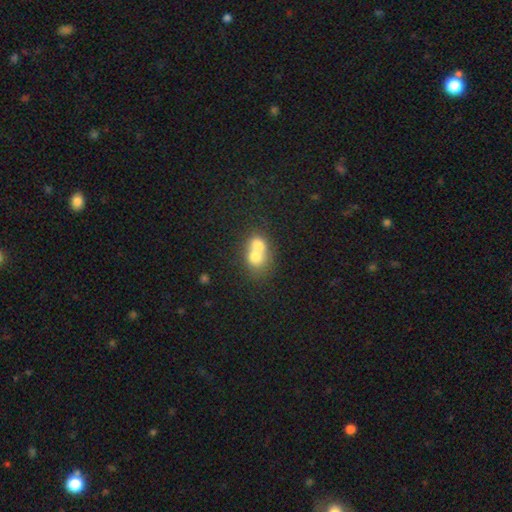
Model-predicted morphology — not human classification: The model was most divided on "how rounded": round: 58%, in between: 41%, cigar-shaped: 1%. More confident: merging — merger (73%); smooth or featured — smooth (69%).